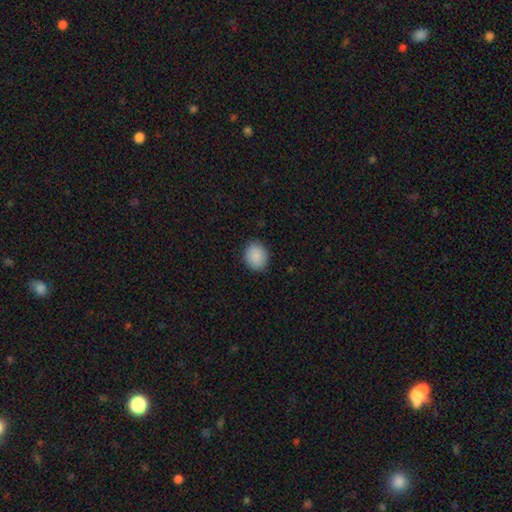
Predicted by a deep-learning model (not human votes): Overall: smooth (89%). How rounded: round (64%; in between 35%). Merging: none (87%).